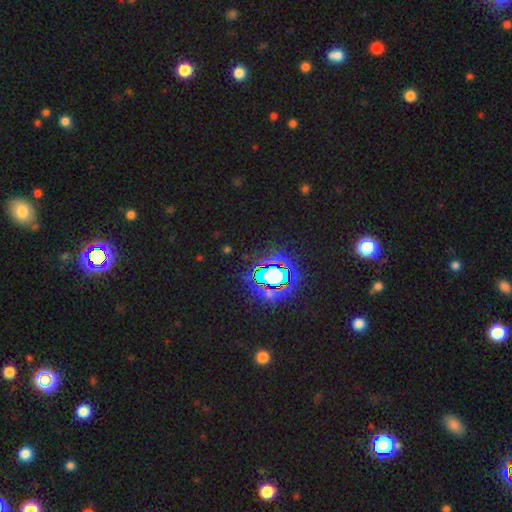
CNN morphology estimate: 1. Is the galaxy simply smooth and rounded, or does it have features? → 80% star or artifact, 13% smooth, 7% featured or disk.